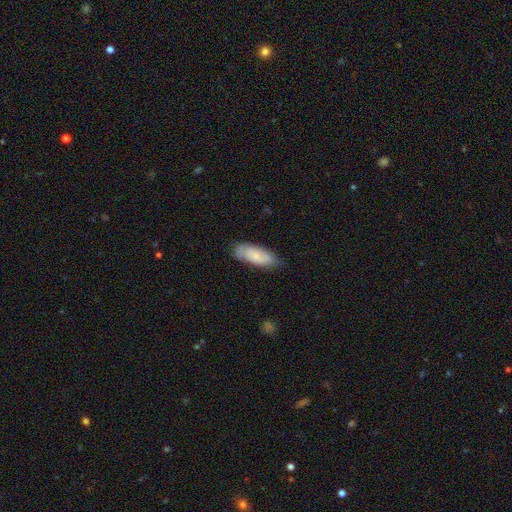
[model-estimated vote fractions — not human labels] Smooth or featured: smooth — 68% (featured or disk — 25%)
How rounded: in between — 76% (cigar-shaped — 22%)
Merging: none — 72% (minor disturbance — 22%)